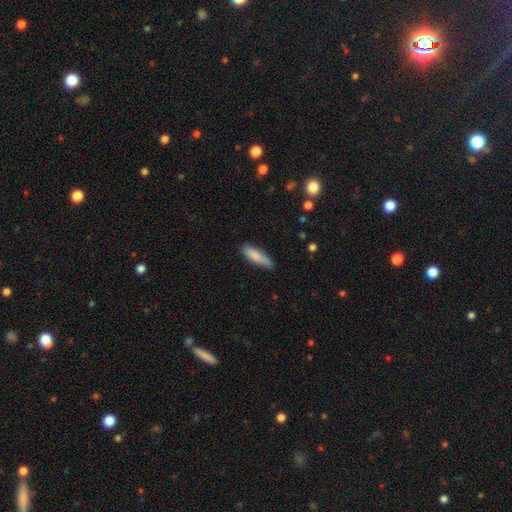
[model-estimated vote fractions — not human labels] The model was most divided on "how rounded": cigar-shaped: 54%, in between: 45%, round: 2%. More confident: smooth or featured — smooth (83%); merging — none (74%).